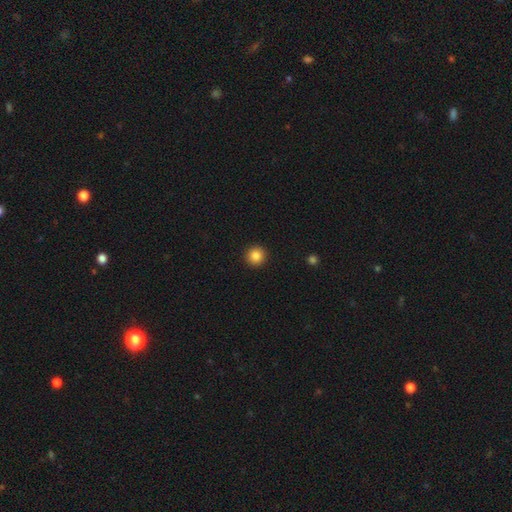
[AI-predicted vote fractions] A smooth galaxy with no disk features (86%) that is round (95%). Merging: none (93%).